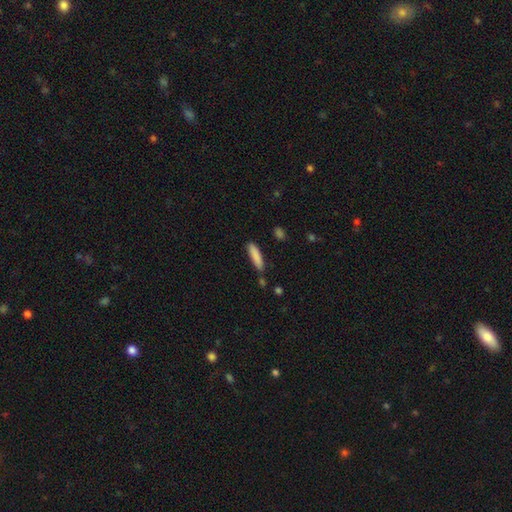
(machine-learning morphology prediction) Overall: smooth (85%). How rounded: cigar-shaped (80%). Merging: none (80%).